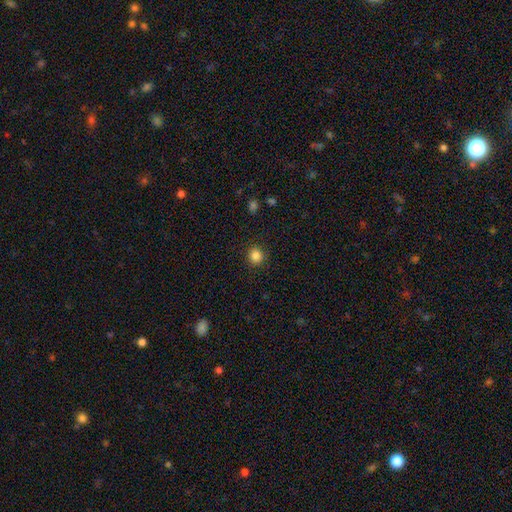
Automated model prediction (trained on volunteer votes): smooth-or-featured: smooth: 85% | star or artifact: 11% | featured or disk: 4%
  how-rounded: round: 91% | in between: 8% | cigar-shaped: 1%
  merging: none: 91% | minor disturbance: 6% | major disturbance: 2% | merger: 1%